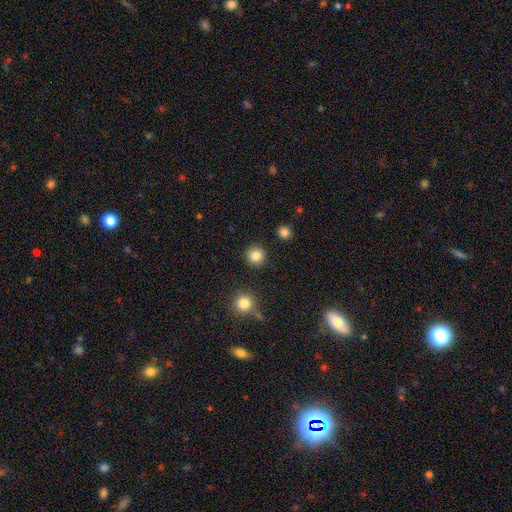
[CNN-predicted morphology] smooth-or-featured: smooth: 84% | star or artifact: 11% | featured or disk: 5%
  how-rounded: round: 94% | in between: 5% | cigar-shaped: 1%
  merging: none: 91% | minor disturbance: 5% | major disturbance: 2% | merger: 2%